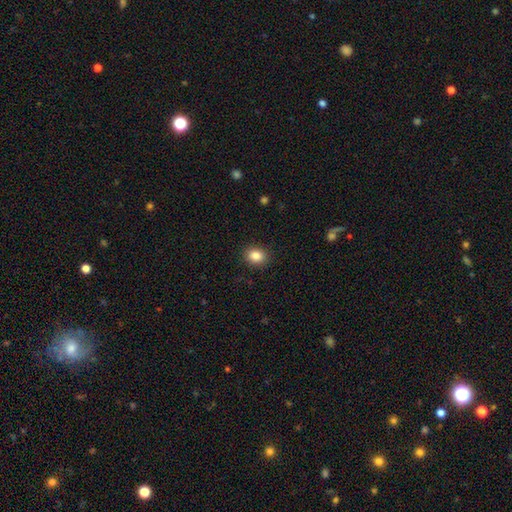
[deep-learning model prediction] Smooth or featured?
  - smooth: 85% *
  - star or artifact: 10%
  - featured or disk: 5%
How rounded?
  - round: 52% *
  - in between: 47%
  - cigar-shaped: 1%
Merging?
  - none: 90% *
  - minor disturbance: 7%
  - major disturbance: 2%
  - merger: 1%